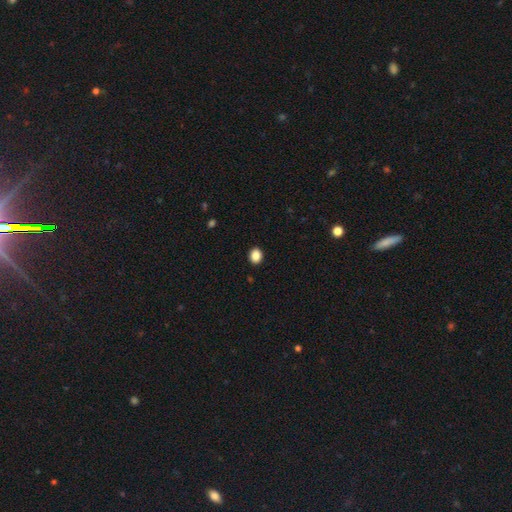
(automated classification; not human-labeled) A smooth galaxy with no disk features (89%) that is round (51%).

Vote fractions:
- Smooth or featured? smooth: 89% / star or artifact: 9% / featured or disk: 3%
- How rounded? round: 51% / in between: 48% / cigar-shaped: 1%
- Merging? none: 91% / minor disturbance: 6% / major disturbance: 2% / merger: 1%